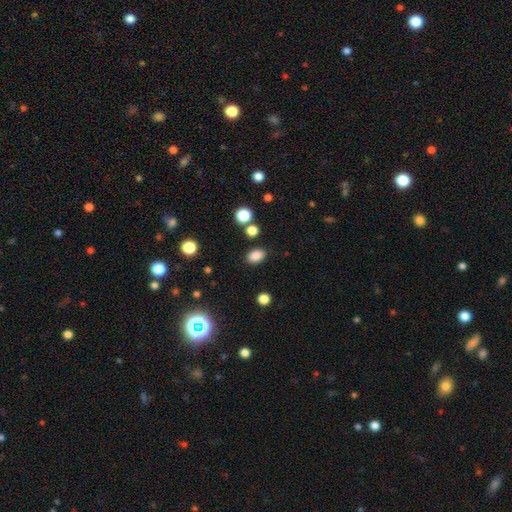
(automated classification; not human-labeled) This is clearly a smooth galaxy (84%). How rounded: likely in between (77%). Merging: clearly none (84%).